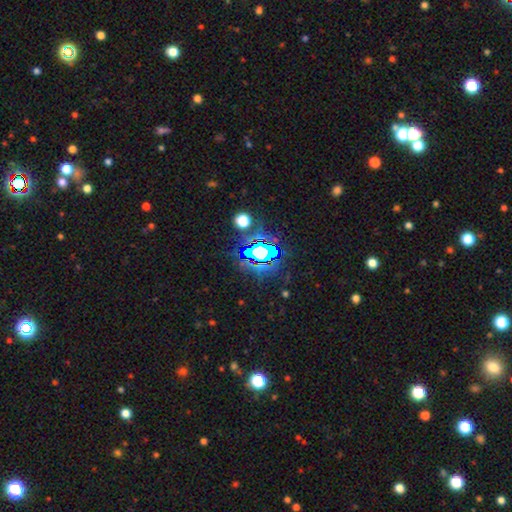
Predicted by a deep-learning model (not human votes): Q: Smooth or featured?
A: star or artifact (67%); runner-up: smooth (20%)